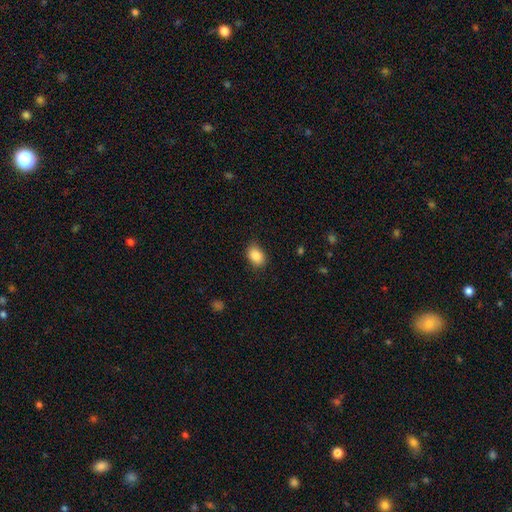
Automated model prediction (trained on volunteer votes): Smooth or featured? Predicted: smooth (p=0.87). How rounded? Predicted: in between (p=0.79). Merging? Predicted: none (p=0.83).